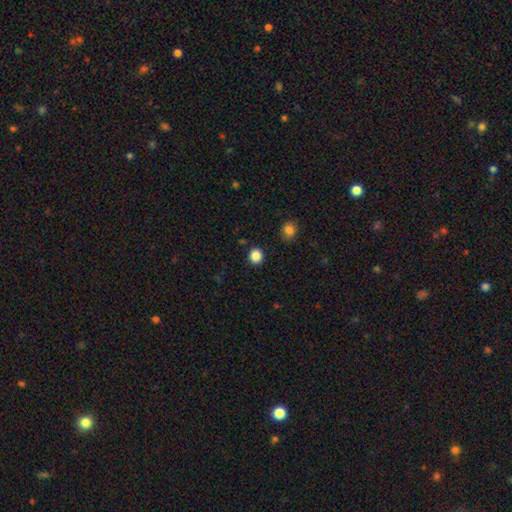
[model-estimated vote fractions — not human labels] smooth-or-featured: smooth: 86% | star or artifact: 10% | featured or disk: 3%
  how-rounded: round: 84% | in between: 15% | cigar-shaped: 1%
  merging: none: 90% | minor disturbance: 6% | major disturbance: 2% | merger: 2%